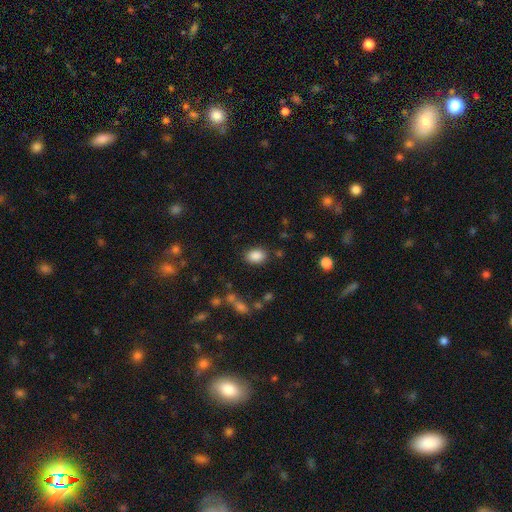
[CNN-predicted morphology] Smooth or featured?
  - smooth: 86% *
  - star or artifact: 9%
  - featured or disk: 5%
How rounded?
  - in between: 77% *
  - round: 22%
  - cigar-shaped: 1%
Merging?
  - none: 84% *
  - minor disturbance: 10%
  - major disturbance: 3%
  - merger: 2%